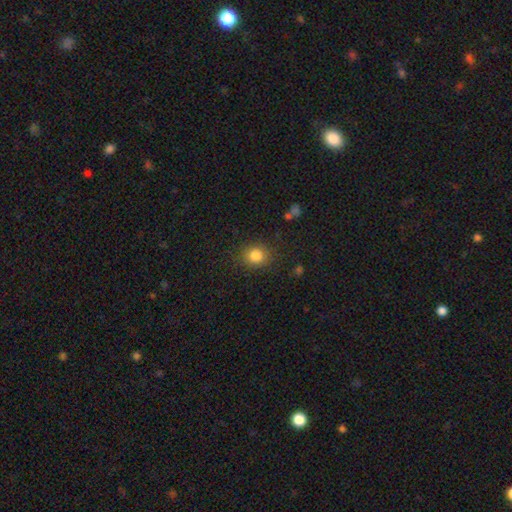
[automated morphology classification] This is clearly a smooth galaxy (83%). How rounded: likely round (74%). Merging: clearly none (84%).